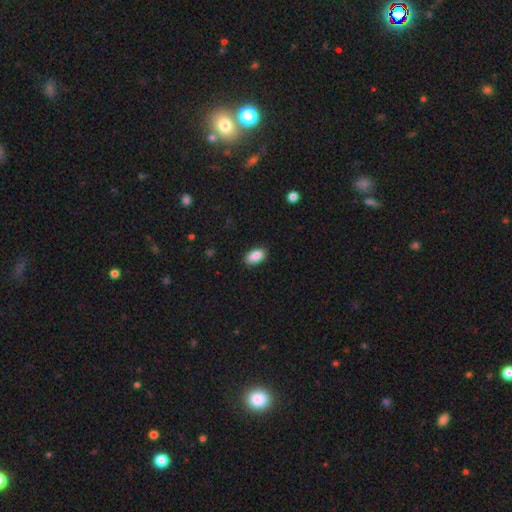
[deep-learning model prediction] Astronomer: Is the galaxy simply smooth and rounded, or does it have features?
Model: smooth — 88%.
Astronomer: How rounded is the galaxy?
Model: in between — 93%.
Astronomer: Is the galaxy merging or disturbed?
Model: none — 87%.